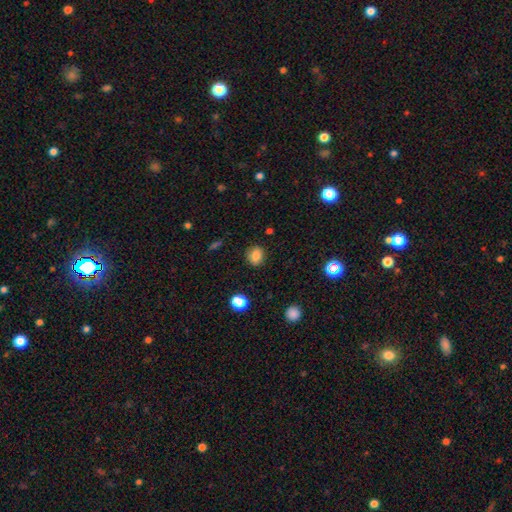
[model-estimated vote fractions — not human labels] smooth 83%, star or artifact 12%, featured or disk 6%. Down the decision tree: how rounded — round (65%); merging — none (87%).